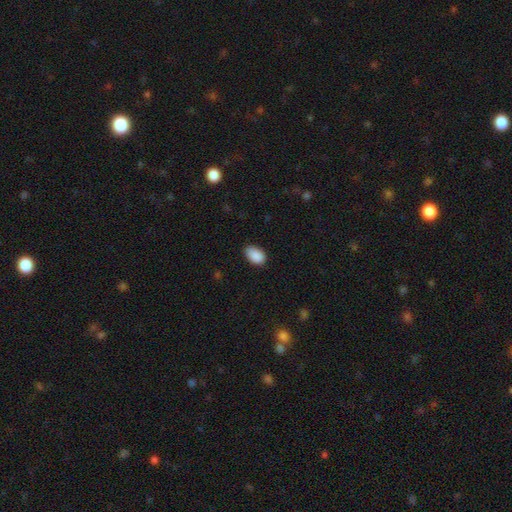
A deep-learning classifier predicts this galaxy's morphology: This appears to be a smooth galaxy with no disk features (90%) that is in between round and cigar-shaped (90%). Merging: none (79%).